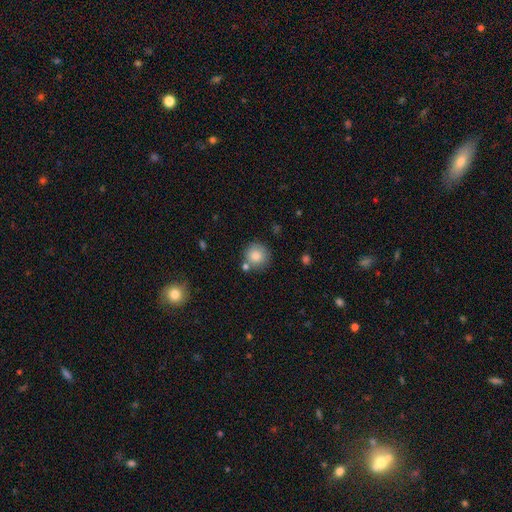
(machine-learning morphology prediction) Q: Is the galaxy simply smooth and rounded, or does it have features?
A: smooth — 84%.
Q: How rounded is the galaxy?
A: round — 93%.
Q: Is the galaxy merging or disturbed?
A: none — 75%.